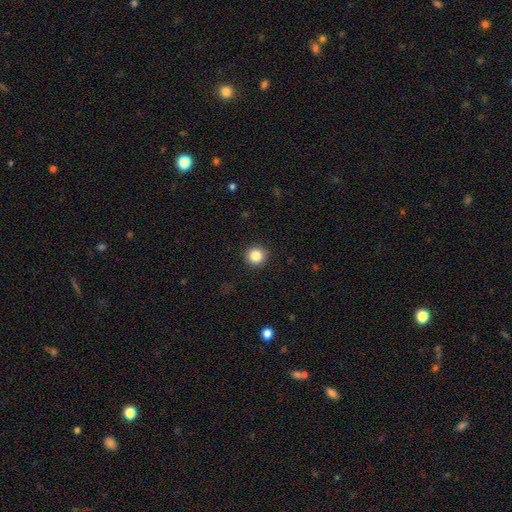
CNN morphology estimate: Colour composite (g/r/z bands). It shows a smooth galaxy with no disk features (85%) that is round (93%). Merging: none (91%).